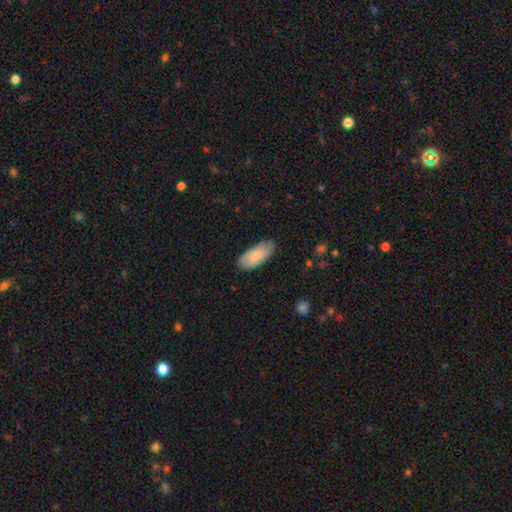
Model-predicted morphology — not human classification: Smooth or featured? Predicted: smooth (p=0.77). How rounded? Predicted: in between (p=0.88). Merging? Predicted: none (p=0.81).